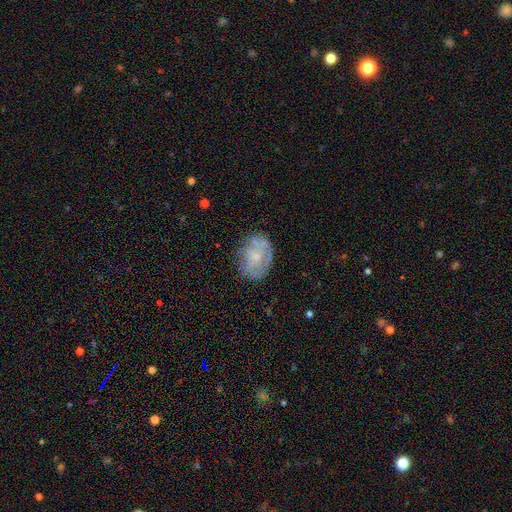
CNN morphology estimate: Smooth or featured: featured or disk — 56% (smooth — 35%)
Edge-on disk: no — 97% (yes — 3%)
Bar: no — 77% (weak — 20%)
Spiral arms: no — 51% (yes — 49%)
Bulge size: small — 54% (moderate — 28%)
Merging: none — 62% (minor disturbance — 23%)